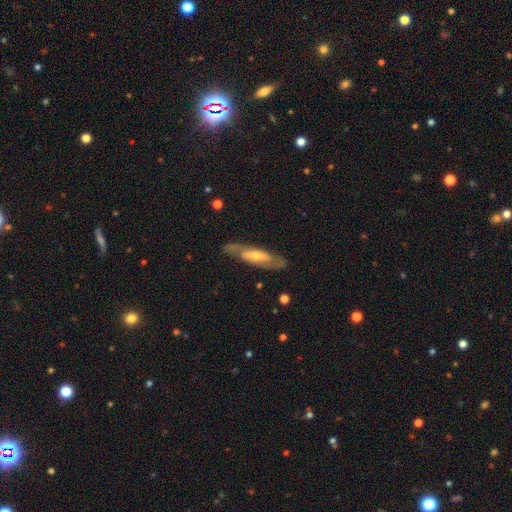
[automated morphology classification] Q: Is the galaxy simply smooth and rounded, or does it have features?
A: featured or disk — 71%.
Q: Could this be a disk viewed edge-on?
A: no — 68%.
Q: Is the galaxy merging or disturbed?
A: none — 81%.